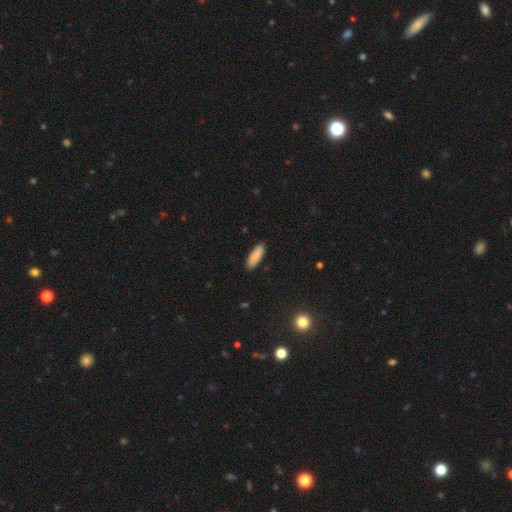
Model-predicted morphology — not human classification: Smooth or featured? Predicted: smooth (p=0.89). How rounded? Predicted: in between (p=0.52). Merging? Predicted: none (p=0.89).